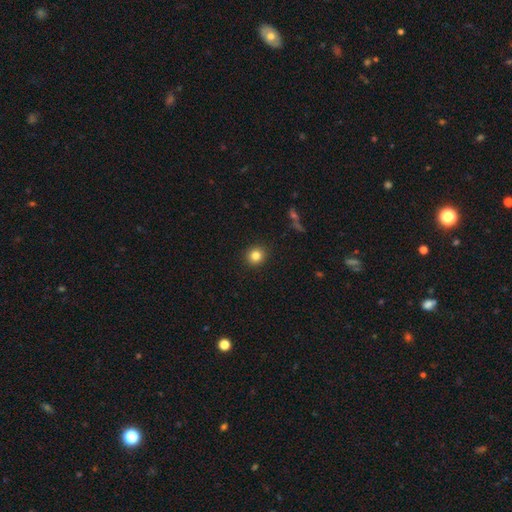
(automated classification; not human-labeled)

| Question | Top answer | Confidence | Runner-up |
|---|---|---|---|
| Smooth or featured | smooth | 83% | star or artifact (11%) |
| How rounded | round | 91% | in between (8%) |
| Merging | none | 92% | minor disturbance (5%) |